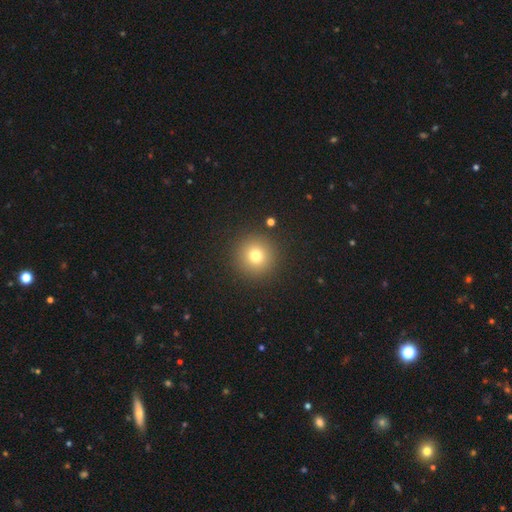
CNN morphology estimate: Q: Smooth or featured?
A: smooth (76%); runner-up: star or artifact (14%)
Q: How rounded?
A: round (96%); runner-up: in between (3%)
Q: Merging?
A: none (91%); runner-up: minor disturbance (5%)